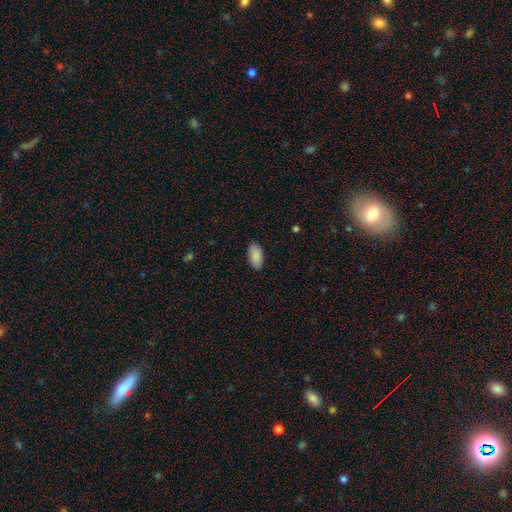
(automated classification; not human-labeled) A smooth galaxy with no disk features (89%) that is in between round and cigar-shaped (94%). Merging: none (88%).